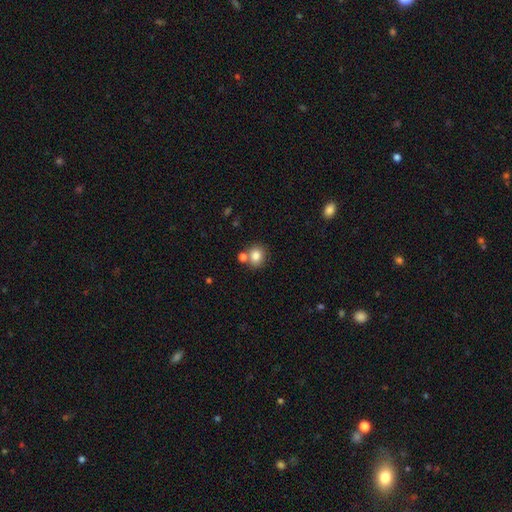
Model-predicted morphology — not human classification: type=smooth (82%); roundness=round (80%); merging=none (64%).